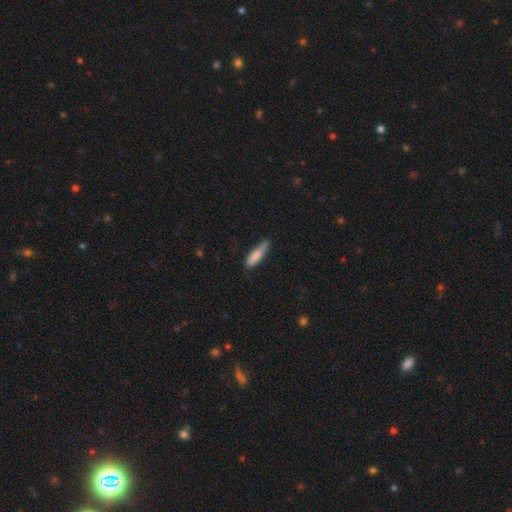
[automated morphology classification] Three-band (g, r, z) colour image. It shows a smooth galaxy with no disk features (81%) that is cigar-shaped (76%). Merging: none (65%).